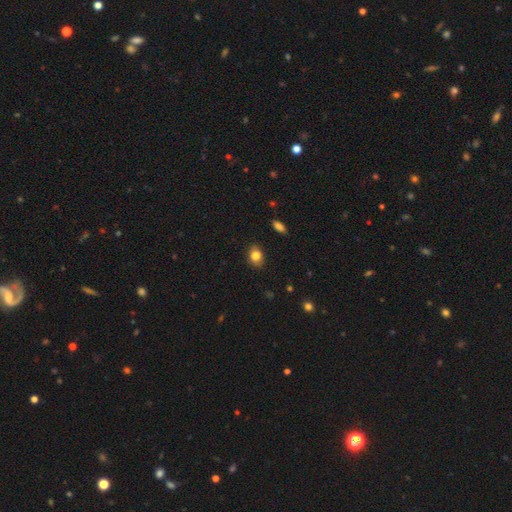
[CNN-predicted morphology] Smooth or featured: smooth — 82% (star or artifact — 10%)
How rounded: in between — 55% (round — 43%)
Merging: none — 86% (minor disturbance — 11%)